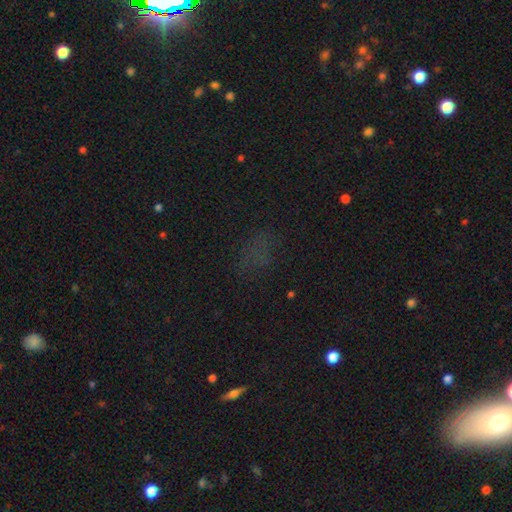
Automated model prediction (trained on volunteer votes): Morphology: type=star or artifact (46%).